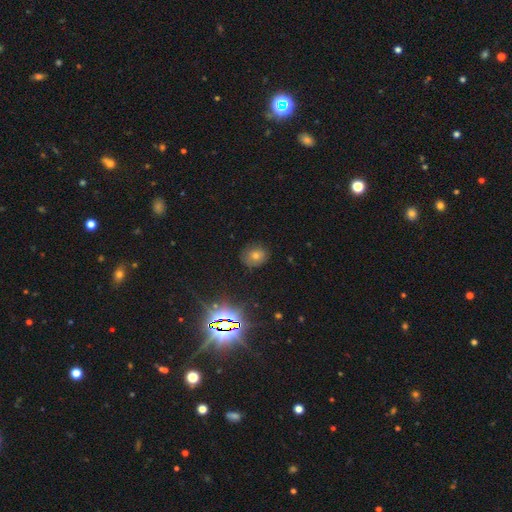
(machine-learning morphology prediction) Smooth or featured: smooth — 46% (star or artifact — 40%)
Merging: none — 84% (minor disturbance — 11%)